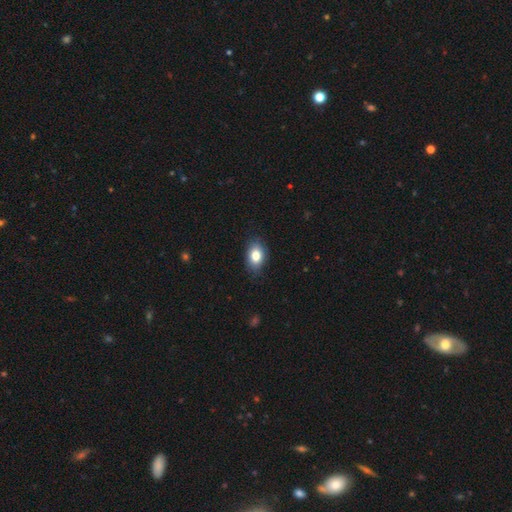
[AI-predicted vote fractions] This is clearly a smooth galaxy (82%). How rounded: clearly in between (83%). Merging: clearly none (84%).